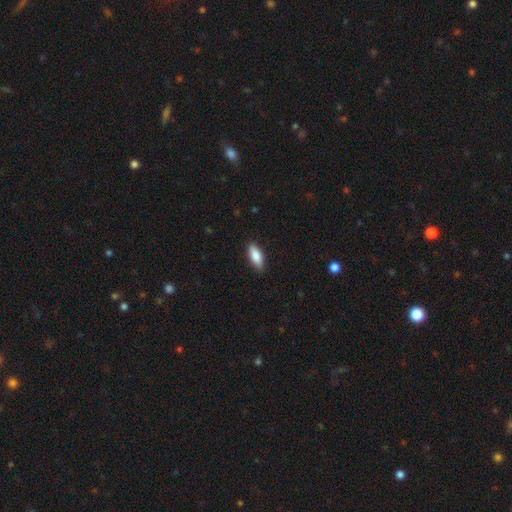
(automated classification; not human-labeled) Smooth or featured? Predicted: smooth (p=0.85). How rounded? Predicted: in between (p=0.81). Merging? Predicted: none (p=0.86).